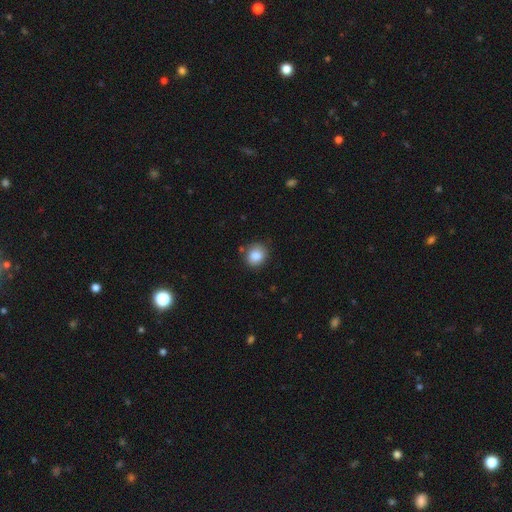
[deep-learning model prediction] A smooth galaxy with no disk features (86%) that is round (70%).

Vote fractions:
- Smooth or featured? smooth: 86% / star or artifact: 9% / featured or disk: 6%
- How rounded? round: 70% / in between: 29% / cigar-shaped: 1%
- Merging? none: 79% / minor disturbance: 15% / major disturbance: 3% / merger: 3%